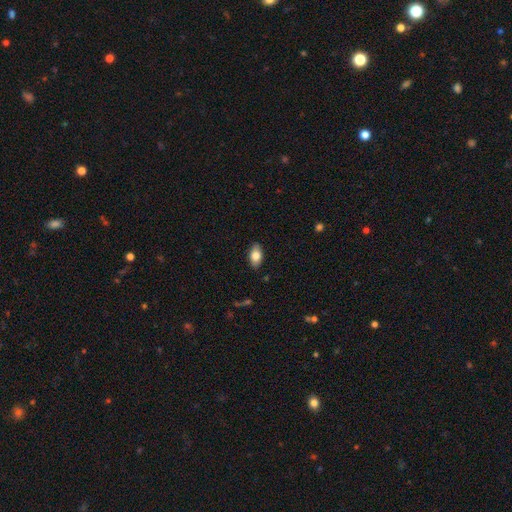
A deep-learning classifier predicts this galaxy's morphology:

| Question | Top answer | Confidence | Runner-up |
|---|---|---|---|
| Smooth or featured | smooth | 79% | featured or disk (14%) |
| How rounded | in between | 92% | round (5%) |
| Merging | none | 87% | minor disturbance (10%) |